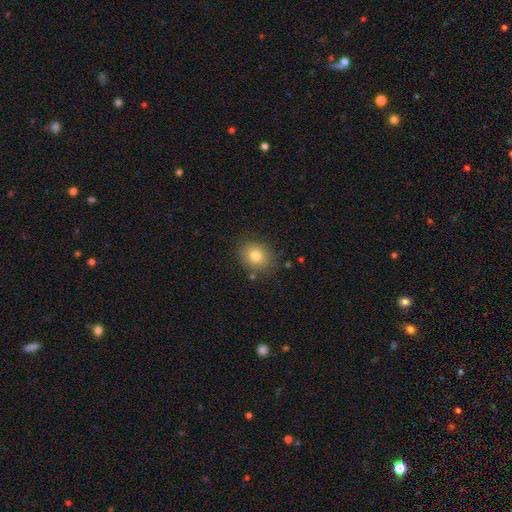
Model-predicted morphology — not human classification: A smooth galaxy with no disk features (77%) that is round (66%). Merging: none (83%).